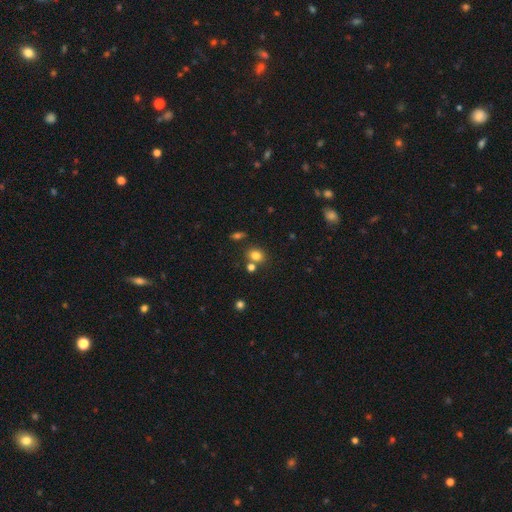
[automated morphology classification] Q: Smooth or featured?
A: smooth (80%); runner-up: star or artifact (13%)
Q: How rounded?
A: round (55%); runner-up: in between (44%)
Q: Merging?
A: none (68%); runner-up: merger (17%)